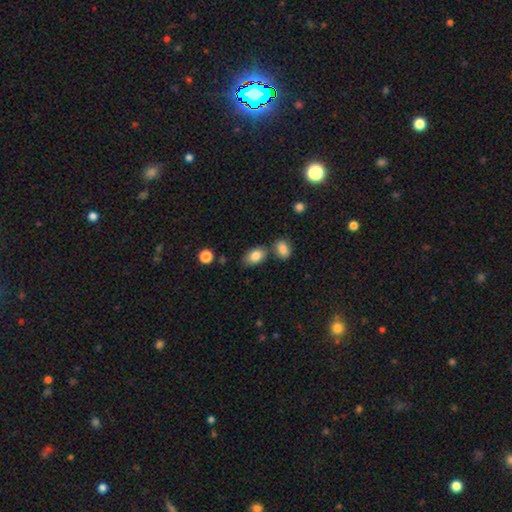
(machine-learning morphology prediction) This is clearly a smooth galaxy (84%). How rounded: clearly in between (87%). Merging: likely none (66%).